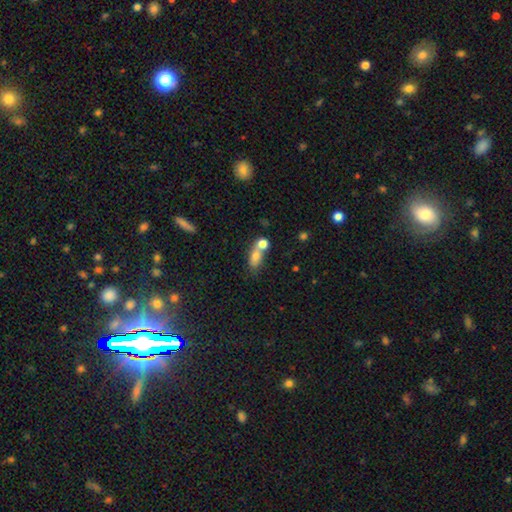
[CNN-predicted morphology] The model was most divided on "merging": merger: 53%, none: 31%, minor disturbance: 10%, major disturbance: 6%. More confident: smooth or featured — smooth (74%); how rounded — in between (64%).